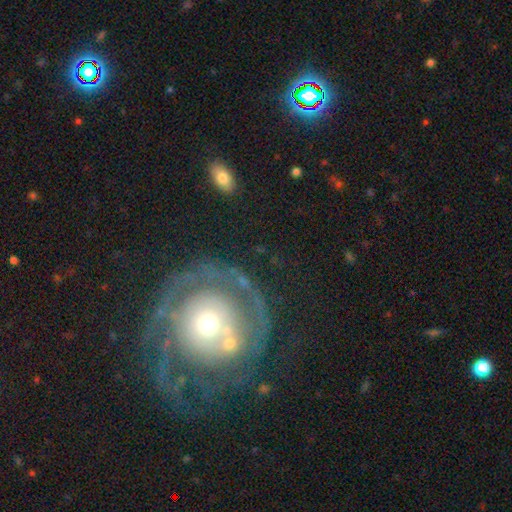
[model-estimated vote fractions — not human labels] featured or disk 71%, smooth 20%, star or artifact 10%. Down the decision tree: edge-on disk — no (96%); bar — no (83%); spiral arms — yes (71%); bulge size — moderate (45%); merging — none (56%).